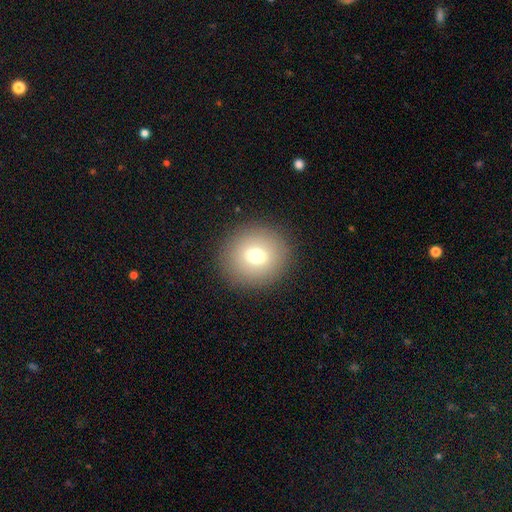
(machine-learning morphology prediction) Smooth or featured?
  - smooth: 70% *
  - featured or disk: 19%
  - star or artifact: 11%
How rounded?
  - round: 83% *
  - in between: 16%
  - cigar-shaped: 1%
Merging?
  - none: 89% *
  - minor disturbance: 7%
  - major disturbance: 3%
  - merger: 1%